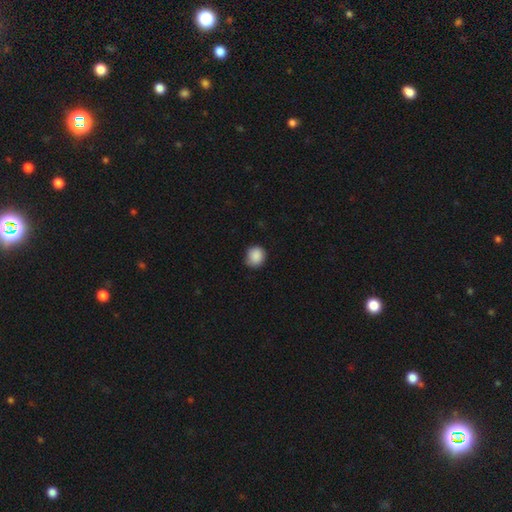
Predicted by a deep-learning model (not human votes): Smooth or featured? Predicted: smooth (p=0.89). How rounded? Predicted: round (p=0.85). Merging? Predicted: none (p=0.77).